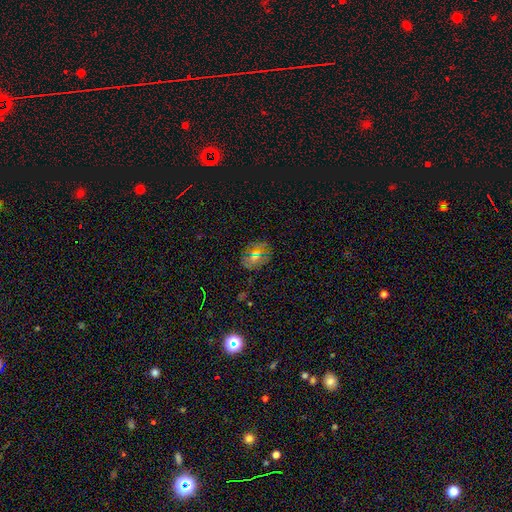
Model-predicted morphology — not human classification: type=smooth (56%); roundness=in between (58%); merging=none (81%).